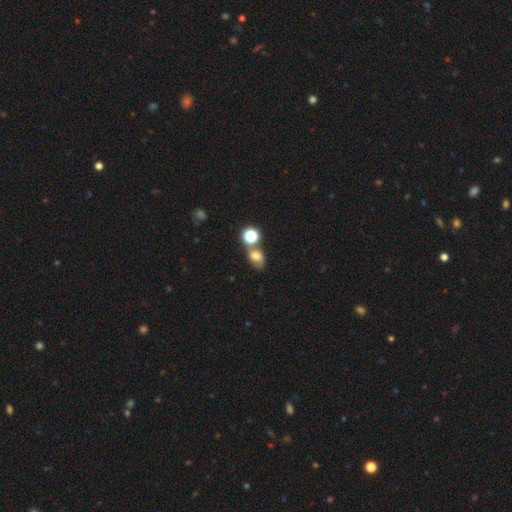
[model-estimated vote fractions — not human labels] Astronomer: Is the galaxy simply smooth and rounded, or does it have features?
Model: smooth — 54%.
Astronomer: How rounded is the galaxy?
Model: in between — 61% (runner-up: round, 37%).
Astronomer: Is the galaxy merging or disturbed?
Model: none — 43% (runner-up: merger, 30%).